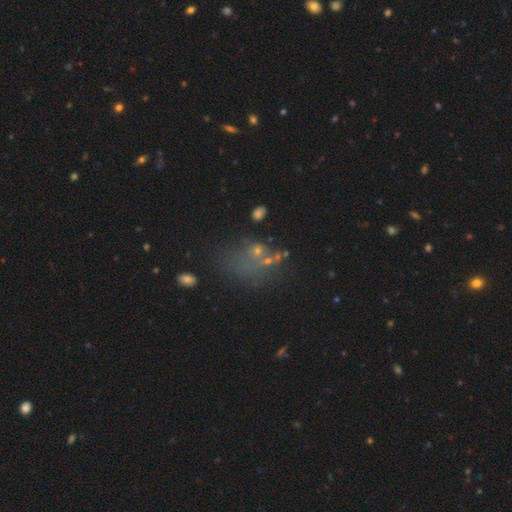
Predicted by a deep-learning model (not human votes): Smooth or featured? Predicted: smooth (p=0.38). Merging? Predicted: none (p=0.41).